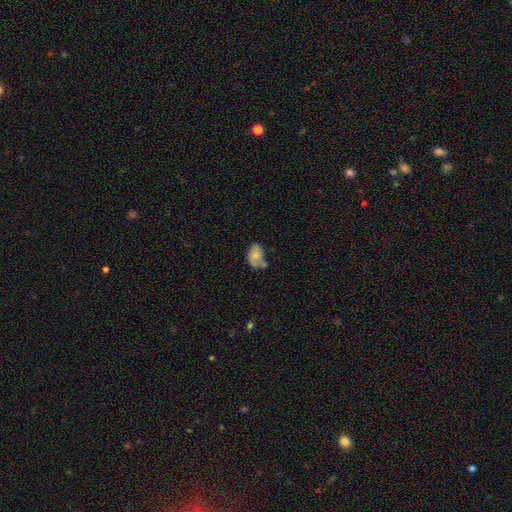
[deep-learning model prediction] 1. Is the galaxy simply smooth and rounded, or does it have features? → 76% smooth, 16% featured or disk, 8% star or artifact.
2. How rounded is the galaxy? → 87% in between, 11% round, 1% cigar-shaped.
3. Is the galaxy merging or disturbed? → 41% none, 30% minor disturbance, 19% merger, 10% major disturbance.